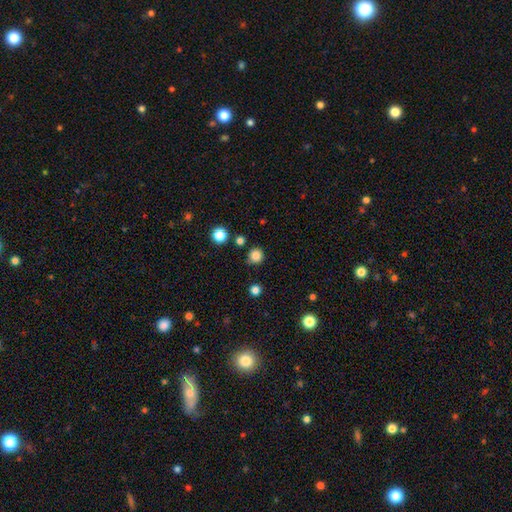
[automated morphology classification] Smooth or featured? smooth (83%)
How rounded? round (94%)
Merging? none (86%)